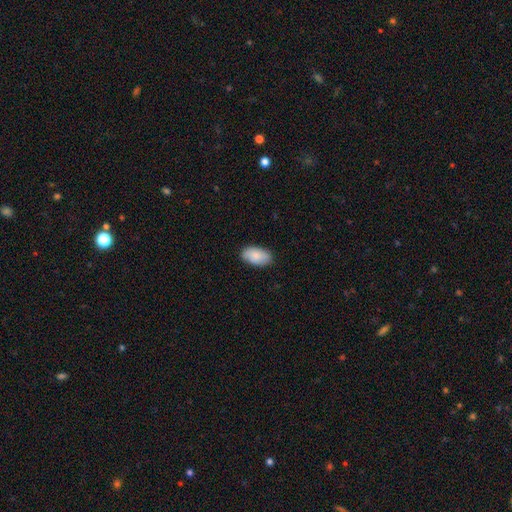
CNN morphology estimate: smooth 87%, featured or disk 7%, star or artifact 6%. Down the decision tree: how rounded — in between (95%); merging — none (86%).